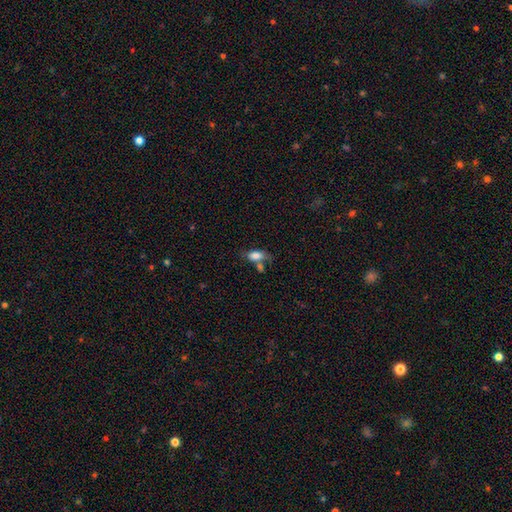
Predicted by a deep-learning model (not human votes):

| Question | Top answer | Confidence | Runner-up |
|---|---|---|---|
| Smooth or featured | smooth | 77% | featured or disk (14%) |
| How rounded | in between | 85% | cigar-shaped (9%) |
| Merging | none | 42% | merger (29%) |